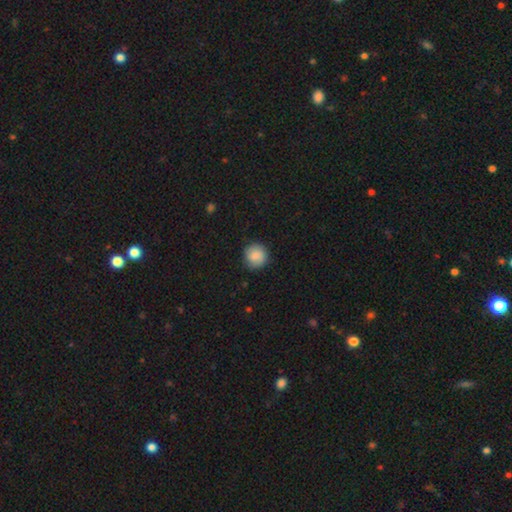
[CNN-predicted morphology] Q: Smooth or featured?
A: smooth (86%); runner-up: star or artifact (7%)
Q: How rounded?
A: round (93%); runner-up: in between (6%)
Q: Merging?
A: none (87%); runner-up: minor disturbance (10%)